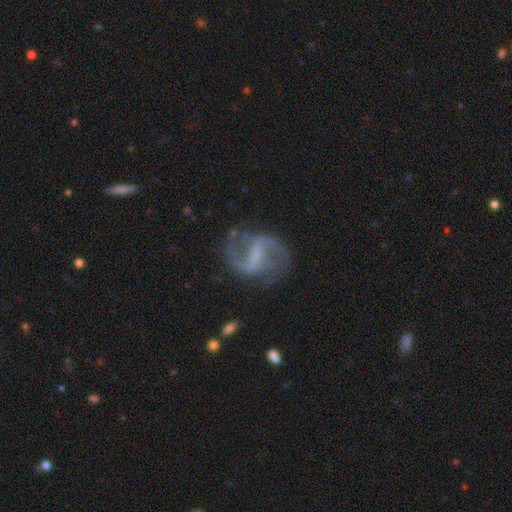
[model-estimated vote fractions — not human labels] Morphology: type=featured or disk (89%); edge-on=no (98%); bar=strong (51%); spiral arms=yes (95%); winding=loose (48%); arm count=2 (92%); bulge=none (55%); merging=none (74%).